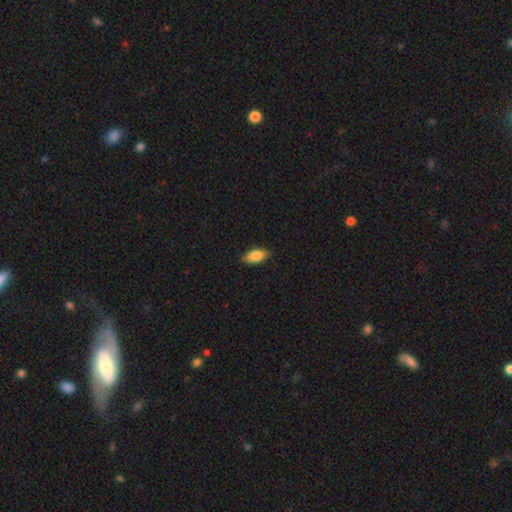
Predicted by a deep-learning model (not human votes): This is clearly a smooth galaxy (87%). How rounded: clearly in between (86%). Merging: clearly none (88%).